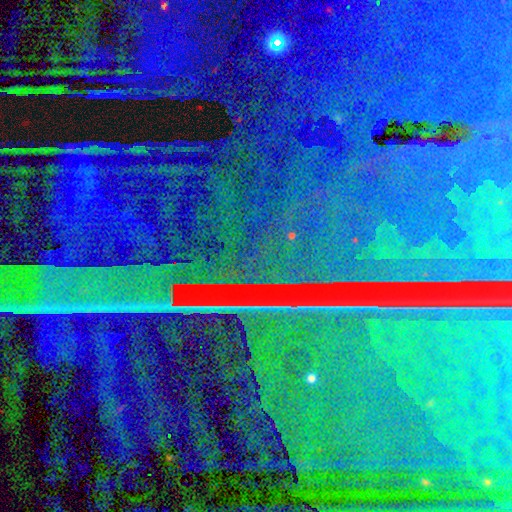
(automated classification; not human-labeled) A star or artifact, not a galaxy (89%).